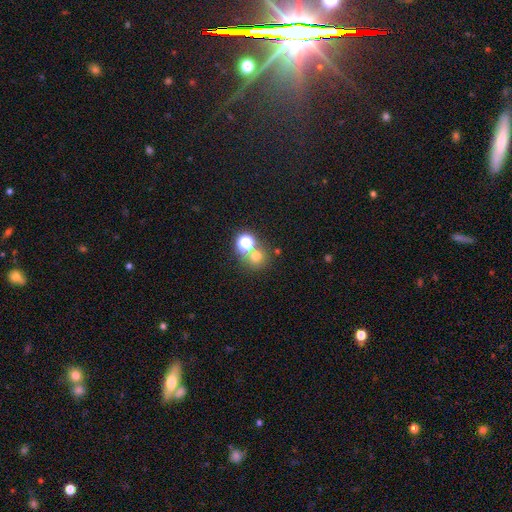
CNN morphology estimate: A smooth galaxy with no disk features (64%) that is round (86%).

Vote fractions:
- Smooth or featured? smooth: 64% / star or artifact: 26% / featured or disk: 10%
- How rounded? round: 86% / in between: 13% / cigar-shaped: 1%
- Merging? none: 59% / merger: 30% / minor disturbance: 7% / major disturbance: 4%